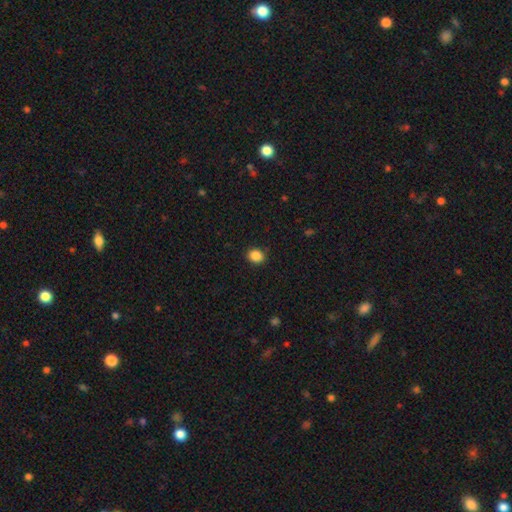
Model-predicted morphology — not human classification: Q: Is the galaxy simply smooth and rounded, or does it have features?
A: smooth — 87%.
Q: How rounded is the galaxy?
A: round — 68%.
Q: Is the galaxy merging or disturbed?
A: none — 89%.